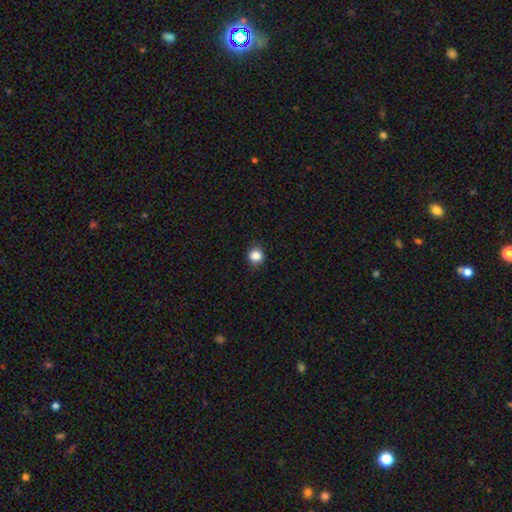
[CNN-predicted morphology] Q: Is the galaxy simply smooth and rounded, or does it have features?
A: smooth — 84%.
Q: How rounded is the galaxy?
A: round — 82%.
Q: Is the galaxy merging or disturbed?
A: none — 85%.